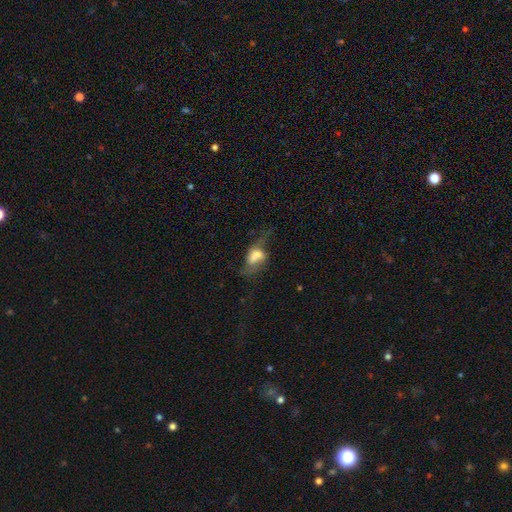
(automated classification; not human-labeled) smooth-or-featured: smooth: 50% | featured or disk: 39% | star or artifact: 11%
  how-rounded: in between: 81% | round: 12% | cigar-shaped: 6%
  merging: major disturbance: 39% | none: 25% | minor disturbance: 21% | merger: 16%